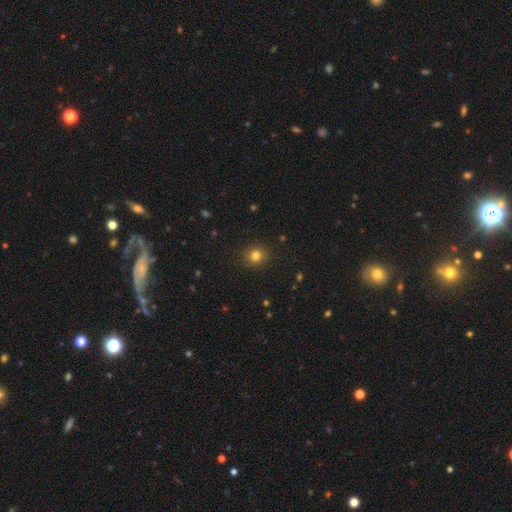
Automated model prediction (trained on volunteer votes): Smooth or featured? Predicted: smooth (p=0.81). How rounded? Predicted: round (p=0.86). Merging? Predicted: none (p=0.89).